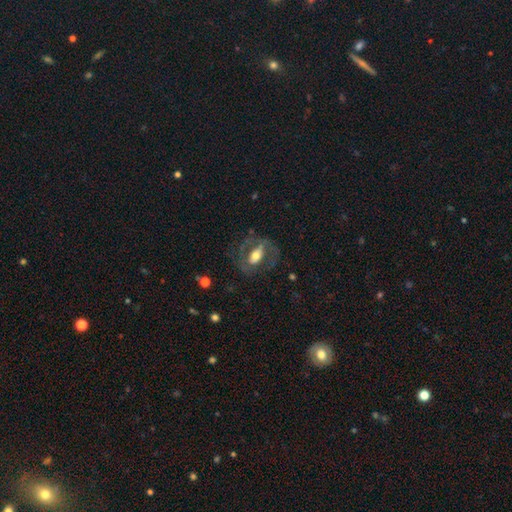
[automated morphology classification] A featured or disk galaxy (58%) with no bar (43%), no spiral arms (53%) and a moderate central bulge (57%). Merging: none (63%).